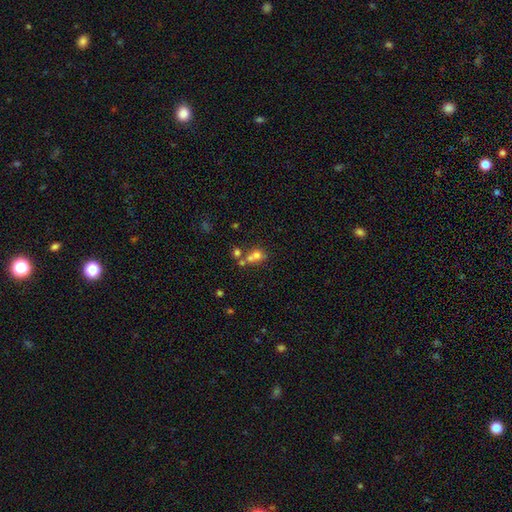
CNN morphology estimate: smooth_or_featured: smooth (p=0.64) [alt: featured or disk p=0.19]
how_rounded: round (p=0.61) [alt: in between p=0.37]
merging: merger (p=0.49) [alt: none p=0.35]